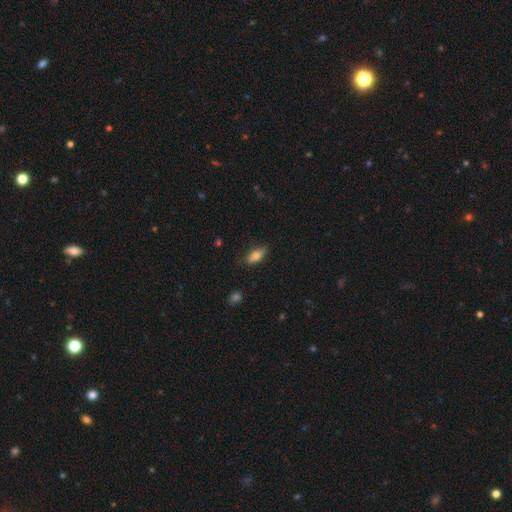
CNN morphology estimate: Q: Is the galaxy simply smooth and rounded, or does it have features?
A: smooth — 75%.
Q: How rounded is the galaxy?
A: in between — 71%.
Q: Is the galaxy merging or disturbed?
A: none — 76%.